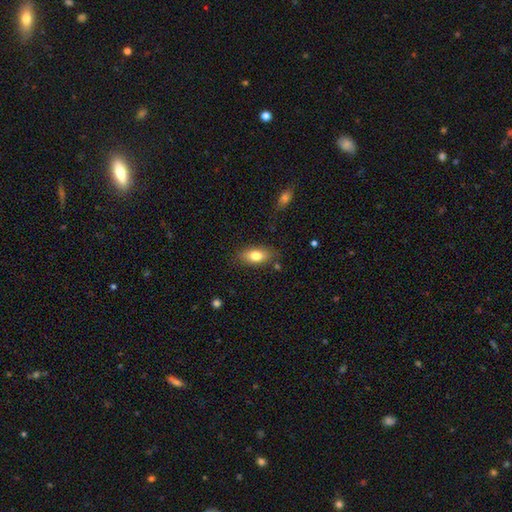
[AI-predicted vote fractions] The model was most divided on "smooth or featured": smooth: 78%, featured or disk: 14%, star or artifact: 8%. More confident: how rounded — in between (86%); merging — none (81%).